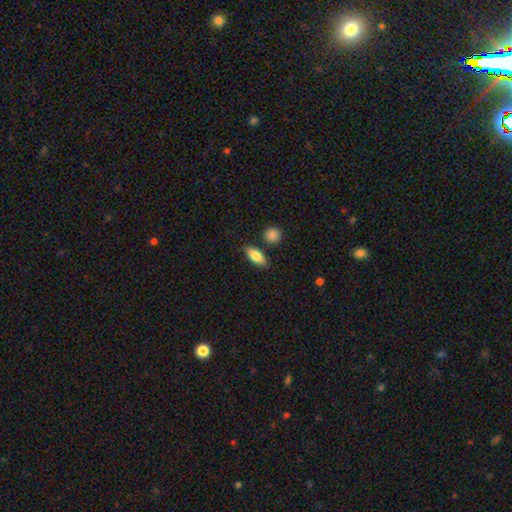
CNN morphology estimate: This is clearly a smooth galaxy (81%). How rounded: likely in between (76%). Merging: clearly none (81%).